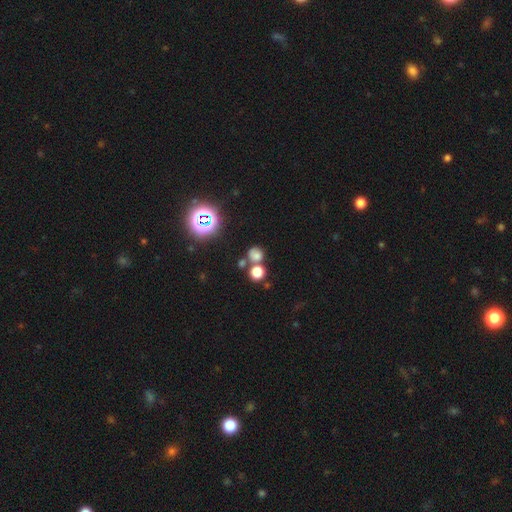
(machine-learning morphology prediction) A smooth galaxy with no disk features (64%) that is round (83%). Merging: none (56%).